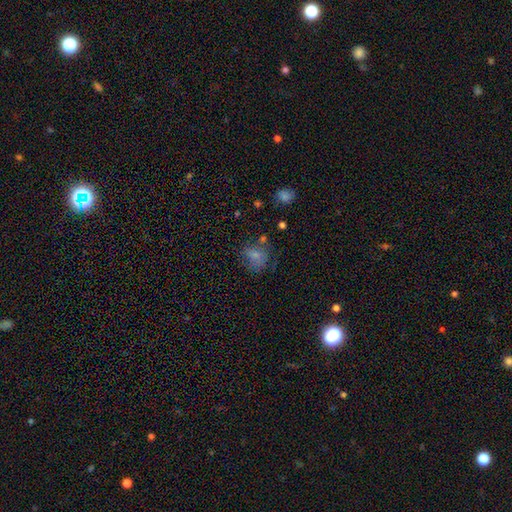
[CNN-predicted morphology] Smooth or featured: smooth — 67% (featured or disk — 18%)
How rounded: round — 56% (in between — 43%)
Merging: none — 49% (minor disturbance — 24%)